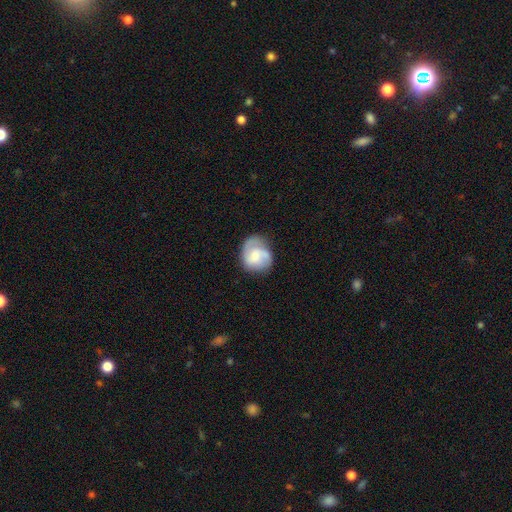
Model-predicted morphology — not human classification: The model was most divided on "bulge size": moderate: 43%, small: 35%, none: 11%, large: 10%, dominant: 2%. More confident: edge-on disk — no (98%); spiral arms — yes (87%); merging — none (58%); smooth or featured — featured or disk (56%); bar — no (53%).